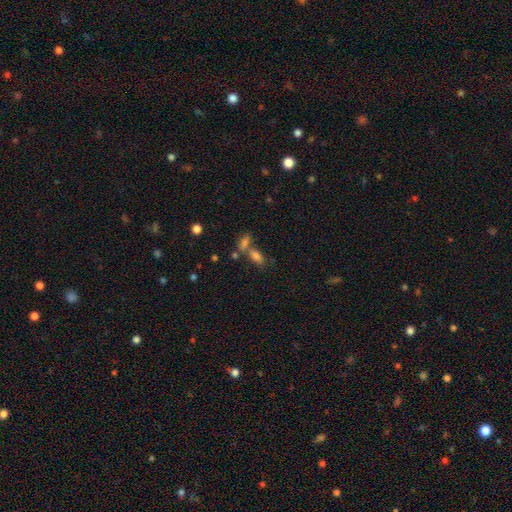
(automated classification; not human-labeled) A smooth galaxy with no disk features (73%) that is in between round and cigar-shaped (84%).

Vote fractions:
- Smooth or featured? smooth: 73% / star or artifact: 15% / featured or disk: 13%
- How rounded? in between: 84% / cigar-shaped: 9% / round: 7%
- Merging? merger: 44% / none: 41% / minor disturbance: 10% / major disturbance: 5%